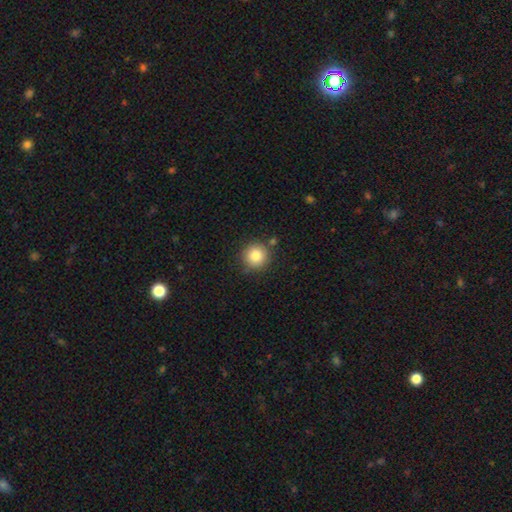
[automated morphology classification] This appears to be a smooth galaxy with no disk features (83%) that is round (94%). Merging: none (83%).